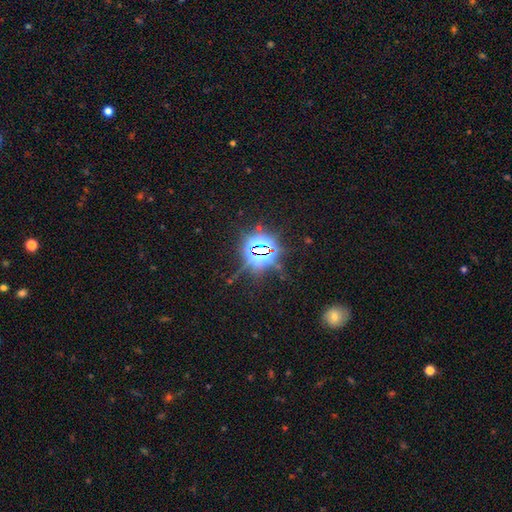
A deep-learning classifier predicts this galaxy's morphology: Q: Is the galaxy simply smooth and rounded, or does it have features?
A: star or artifact — 84%.